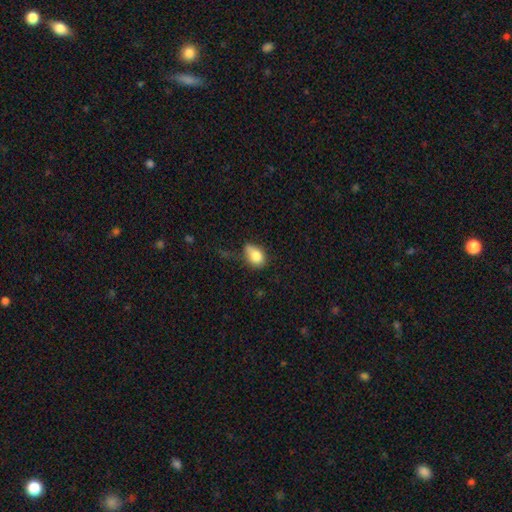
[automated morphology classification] smooth-or-featured: smooth: 82% | featured or disk: 10% | star or artifact: 8%
  how-rounded: in between: 76% | round: 22% | cigar-shaped: 2%
  merging: none: 45% | minor disturbance: 36% | major disturbance: 13% | merger: 5%